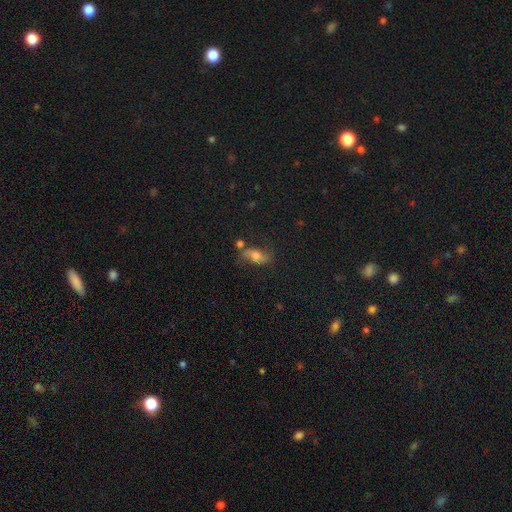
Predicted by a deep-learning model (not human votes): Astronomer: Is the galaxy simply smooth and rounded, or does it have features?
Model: smooth — 50% (runner-up: featured or disk, 38%).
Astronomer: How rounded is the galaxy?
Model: in between — 78%.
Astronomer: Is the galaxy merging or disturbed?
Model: none — 59%.